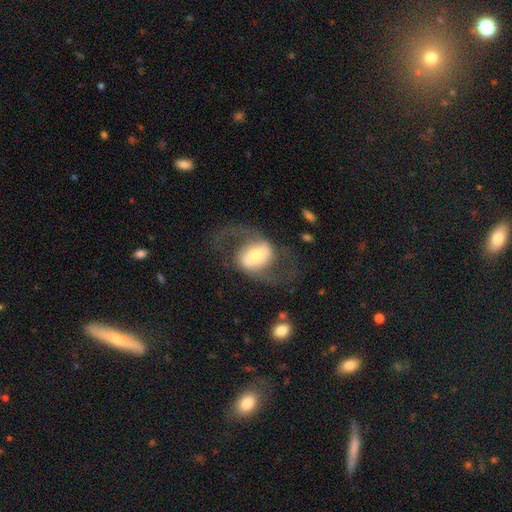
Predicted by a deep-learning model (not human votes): The model was most divided on "spiral winding": loose: 47%, medium: 44%, tight: 9%. Remaining: edge-on disk — no (96%); spiral arm count — 2 (91%); spiral arms — yes (87%); smooth or featured — featured or disk (77%); merging — none (64%); bulge size — moderate (45%); bar — strong (44%).